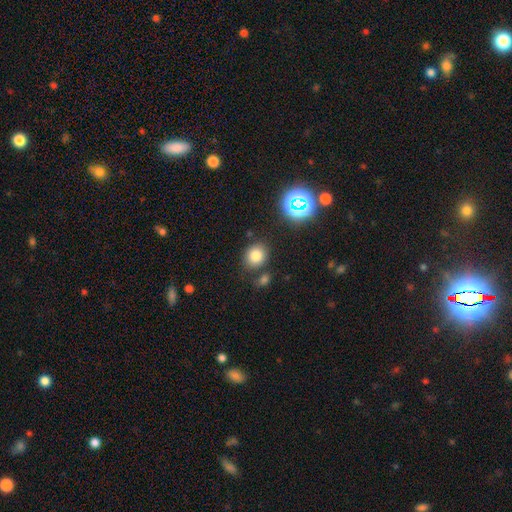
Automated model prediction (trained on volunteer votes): smooth-or-featured: smooth: 79% | star or artifact: 14% | featured or disk: 7%
  how-rounded: round: 73% | in between: 26% | cigar-shaped: 1%
  merging: none: 76% | minor disturbance: 12% | merger: 8% | major disturbance: 4%